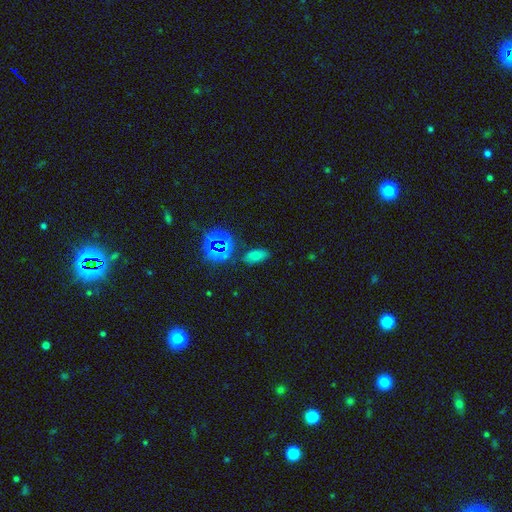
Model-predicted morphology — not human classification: Q: Smooth or featured?
A: smooth (60%); runner-up: star or artifact (29%)
Q: How rounded?
A: in between (85%); runner-up: round (9%)
Q: Merging?
A: none (78%); runner-up: minor disturbance (13%)